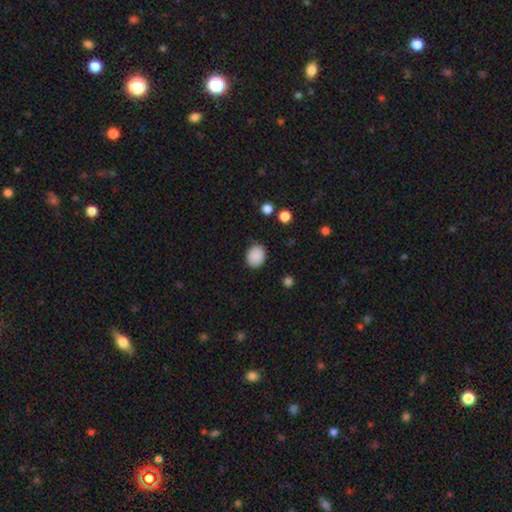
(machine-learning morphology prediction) Smooth or featured: smooth — 89% (star or artifact — 8%)
How rounded: round — 54% (in between — 46%)
Merging: none — 83% (minor disturbance — 12%)